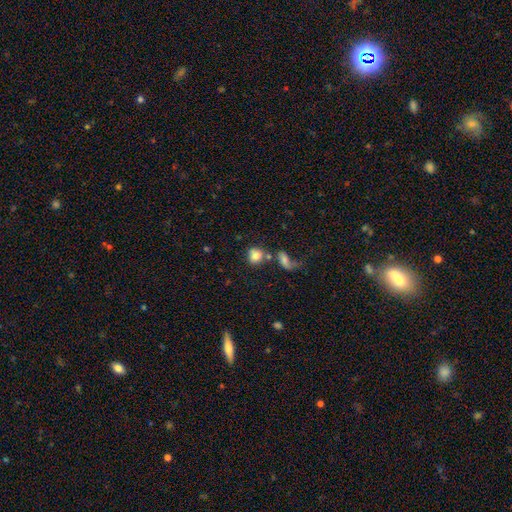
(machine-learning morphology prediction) A smooth galaxy with no disk features (79%) that is round (78%).

Vote fractions:
- Smooth or featured? smooth: 79% / featured or disk: 11% / star or artifact: 10%
- How rounded? round: 78% / in between: 20% / cigar-shaped: 2%
- Merging? none: 53% / merger: 27% / minor disturbance: 12% / major disturbance: 8%